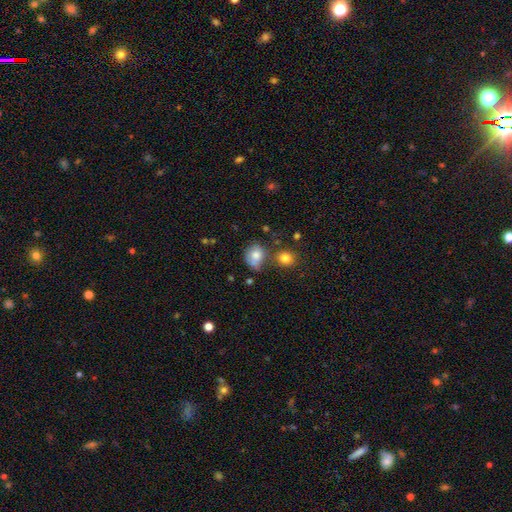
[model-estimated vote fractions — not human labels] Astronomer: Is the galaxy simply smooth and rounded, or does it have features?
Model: smooth — 76%.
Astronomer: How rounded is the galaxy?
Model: round — 57% (runner-up: in between, 42%).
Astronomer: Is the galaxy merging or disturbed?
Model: none — 46% (runner-up: minor disturbance, 27%).